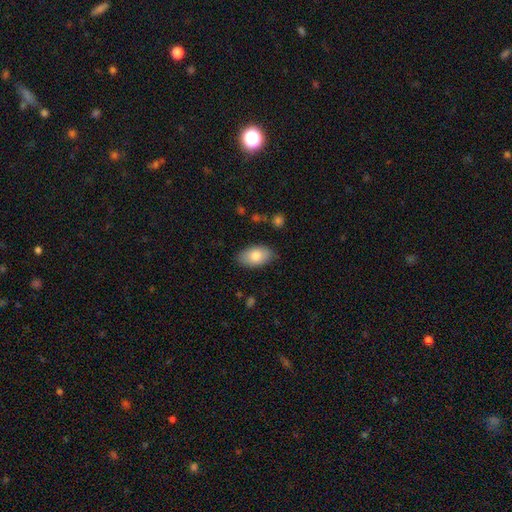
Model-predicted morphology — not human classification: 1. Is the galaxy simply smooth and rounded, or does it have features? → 80% smooth, 14% featured or disk, 6% star or artifact.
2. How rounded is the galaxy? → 94% in between, 5% round, 2% cigar-shaped.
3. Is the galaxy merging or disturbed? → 83% none, 13% minor disturbance, 3% major disturbance, 1% merger.